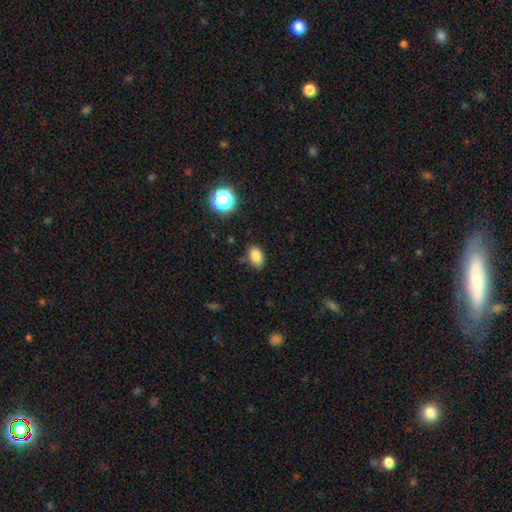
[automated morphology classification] Smooth or featured?
  - smooth: 84% *
  - star or artifact: 11%
  - featured or disk: 5%
How rounded?
  - in between: 82% *
  - round: 17%
  - cigar-shaped: 1%
Merging?
  - none: 79% *
  - minor disturbance: 16%
  - major disturbance: 3%
  - merger: 2%